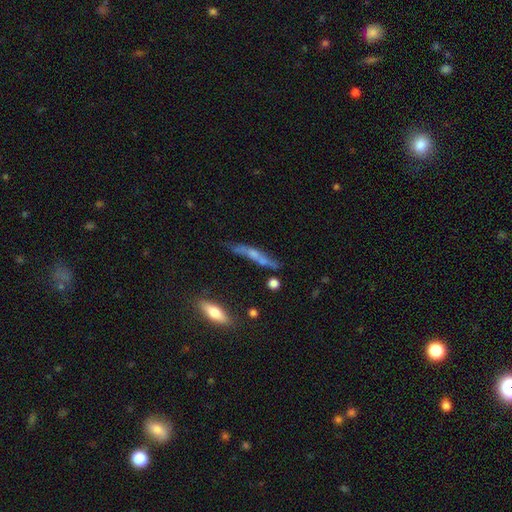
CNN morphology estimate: Overall: featured or disk (54%; smooth 36%). Edge-on disk: yes (80%). Merging: none (62%; minor disturbance 24%).